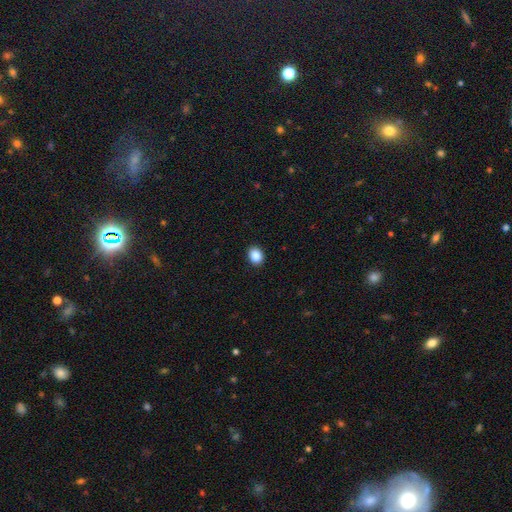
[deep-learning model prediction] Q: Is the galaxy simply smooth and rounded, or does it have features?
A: smooth — 88%.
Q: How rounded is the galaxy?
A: in between — 55%.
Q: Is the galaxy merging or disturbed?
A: none — 92%.